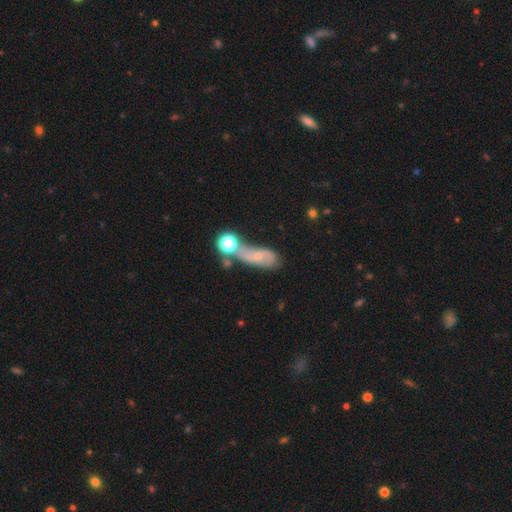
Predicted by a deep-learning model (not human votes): Overall: featured or disk (56%; smooth 31%). Edge-on disk: no (89%). Merging: none (35%; merger 28%).